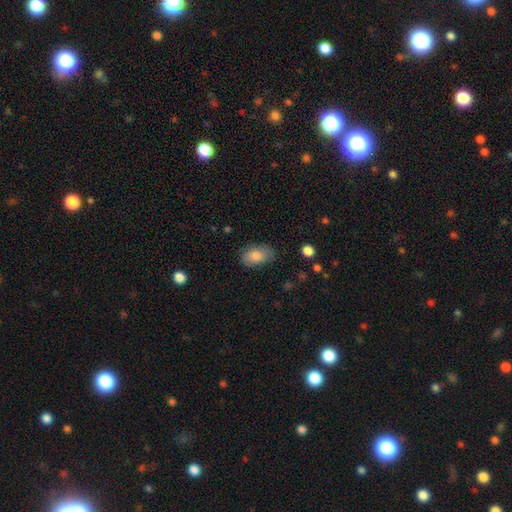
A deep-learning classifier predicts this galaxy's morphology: Overall: smooth (82%). How rounded: in between (90%). Merging: none (74%).